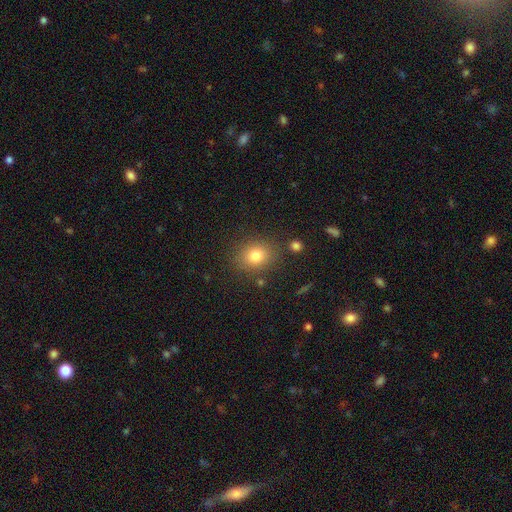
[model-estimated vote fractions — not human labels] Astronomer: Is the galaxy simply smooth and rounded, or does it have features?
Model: smooth — 79%.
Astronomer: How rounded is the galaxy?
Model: round — 61% (runner-up: in between, 38%).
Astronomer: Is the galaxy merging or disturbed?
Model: none — 82%.